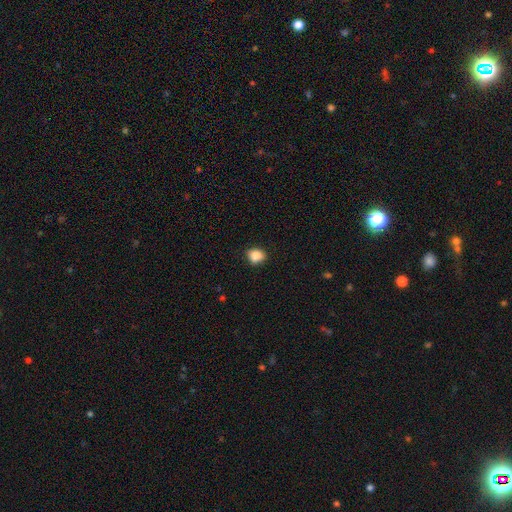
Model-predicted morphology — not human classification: smooth_or_featured: smooth (p=0.86) [alt: star or artifact p=0.09]
how_rounded: round (p=0.55) [alt: in between p=0.43]
merging: none (p=0.81) [alt: minor disturbance p=0.15]